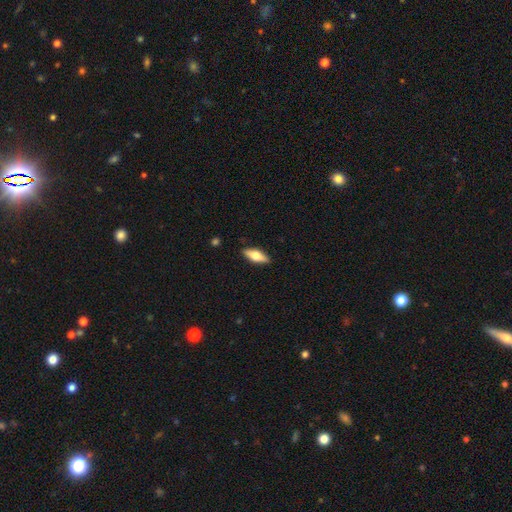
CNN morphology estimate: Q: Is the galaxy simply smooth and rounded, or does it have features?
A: smooth — 58%.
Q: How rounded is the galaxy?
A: in between — 64%.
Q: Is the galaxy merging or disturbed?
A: none — 88%.